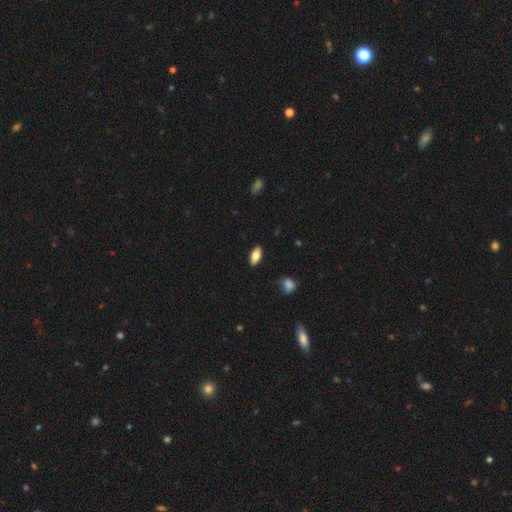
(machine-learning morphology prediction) This appears to be a smooth galaxy with no disk features (77%) that is in between round and cigar-shaped (88%). Merging: none (88%).